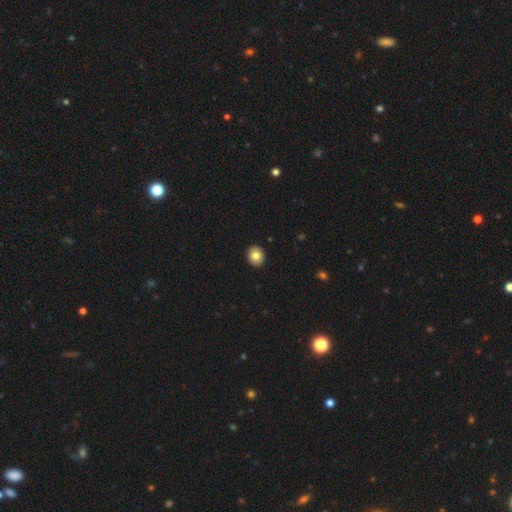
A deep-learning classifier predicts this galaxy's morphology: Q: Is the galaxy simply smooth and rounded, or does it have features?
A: smooth — 81%.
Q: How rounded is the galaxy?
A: round — 62%.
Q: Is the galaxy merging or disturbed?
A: none — 92%.